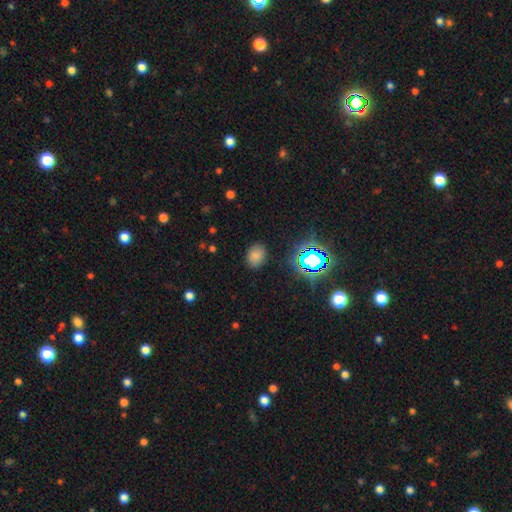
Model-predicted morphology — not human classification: A smooth galaxy with no disk features (73%) that is in between round and cigar-shaped (66%).

Vote fractions:
- Smooth or featured? smooth: 73% / star or artifact: 20% / featured or disk: 6%
- How rounded? in between: 66% / round: 33% / cigar-shaped: 1%
- Merging? none: 84% / minor disturbance: 11% / major disturbance: 3% / merger: 2%